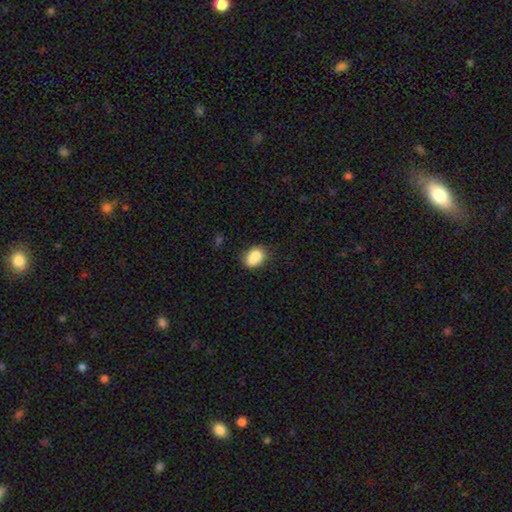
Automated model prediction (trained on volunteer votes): Smooth or featured? smooth (84%)
How rounded? in between (74%)
Merging? none (62%)